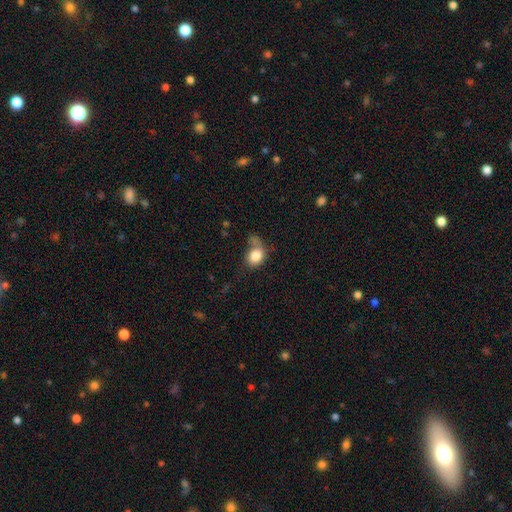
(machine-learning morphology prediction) A smooth galaxy with no disk features (82%) that is in between round and cigar-shaped (53%).

Vote fractions:
- Smooth or featured? smooth: 82% / featured or disk: 10% / star or artifact: 9%
- How rounded? in between: 53% / round: 46% / cigar-shaped: 1%
- Merging? none: 34% / minor disturbance: 26% / major disturbance: 24% / merger: 17%